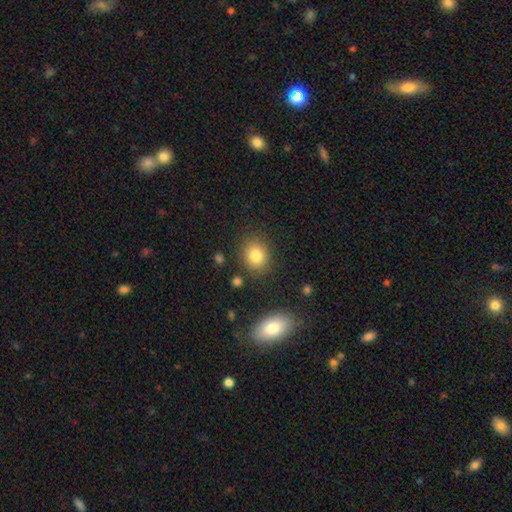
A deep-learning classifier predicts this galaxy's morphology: Overall: smooth (82%). How rounded: round (70%). Merging: none (84%).